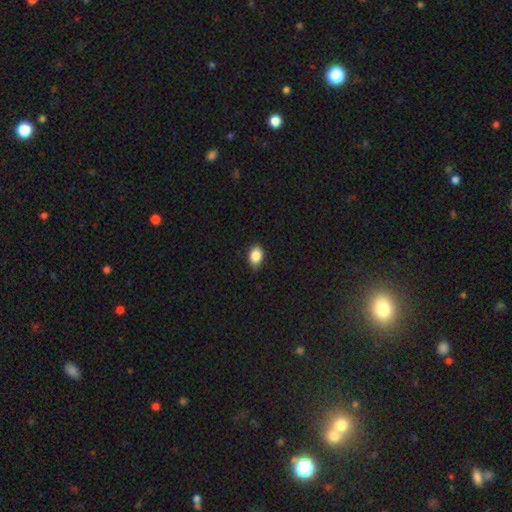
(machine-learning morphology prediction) Smooth or featured? smooth (87%)
How rounded? in between (78%)
Merging? none (80%)